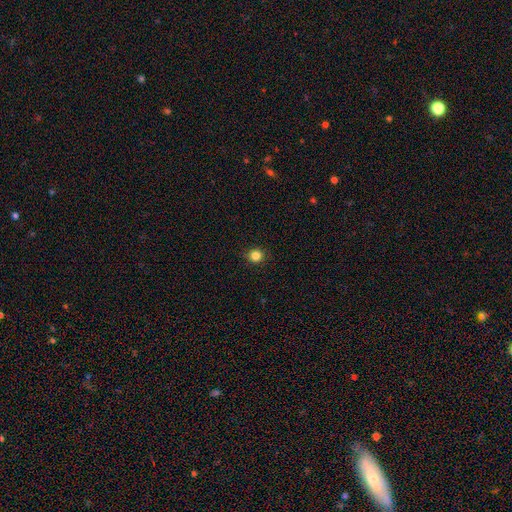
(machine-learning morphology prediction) smooth_or_featured: smooth (p=0.83) [alt: star or artifact p=0.12]
how_rounded: round (p=0.90) [alt: in between p=0.09]
merging: none (p=0.90) [alt: minor disturbance p=0.07]